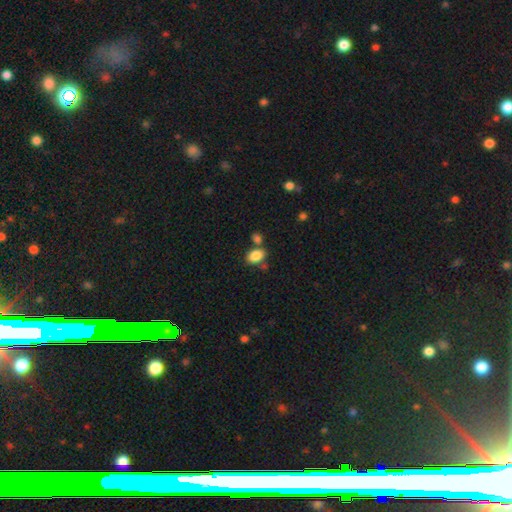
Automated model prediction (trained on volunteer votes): A smooth galaxy with no disk features (85%) that is in between round and cigar-shaped (79%).

Vote fractions:
- Smooth or featured? smooth: 85% / star or artifact: 9% / featured or disk: 6%
- How rounded? in between: 79% / round: 20% / cigar-shaped: 1%
- Merging? none: 62% / merger: 19% / minor disturbance: 14% / major disturbance: 4%